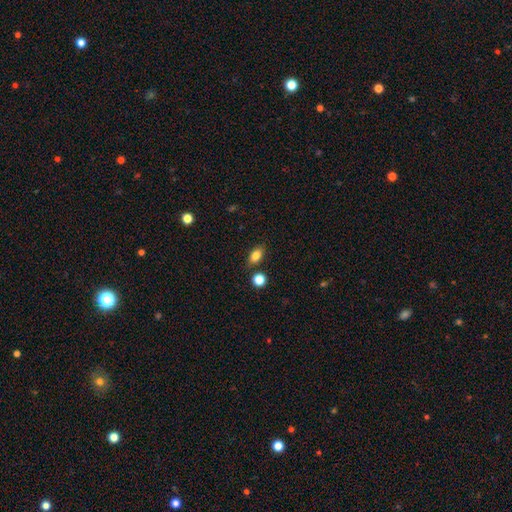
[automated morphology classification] This is clearly a smooth galaxy (81%). How rounded: clearly in between (81%). Merging: likely none (79%).